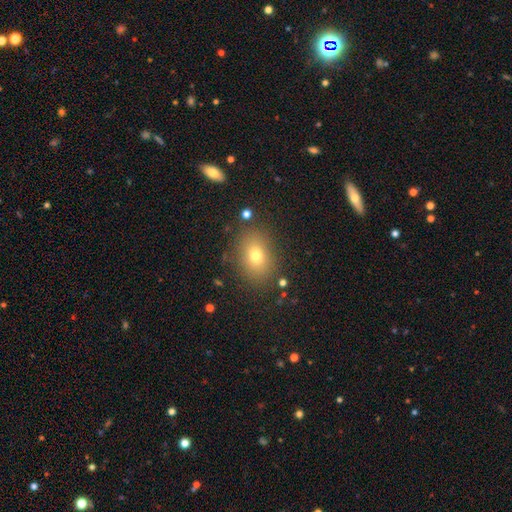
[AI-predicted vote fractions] smooth_or_featured: smooth (p=0.73) [alt: star or artifact p=0.14]
how_rounded: in between (p=0.68) [alt: round p=0.30]
merging: none (p=0.83) [alt: minor disturbance p=0.10]